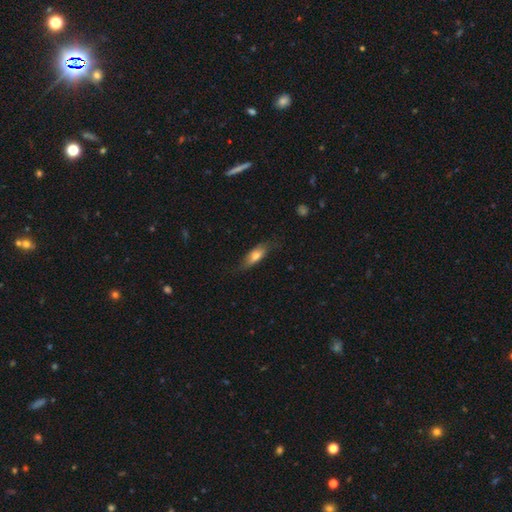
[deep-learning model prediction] Smooth or featured? Predicted: smooth (p=0.68). How rounded? Predicted: in between (p=0.63). Merging? Predicted: none (p=0.68).